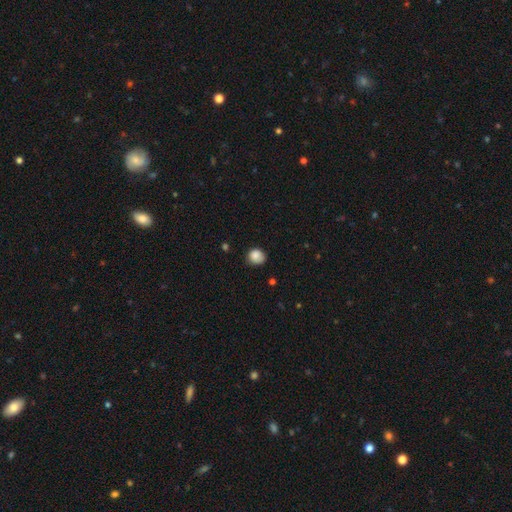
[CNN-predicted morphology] A smooth galaxy with no disk features (84%) that is round (74%).

Vote fractions:
- Smooth or featured? smooth: 84% / star or artifact: 9% / featured or disk: 7%
- How rounded? round: 74% / in between: 25% / cigar-shaped: 1%
- Merging? none: 65% / minor disturbance: 27% / major disturbance: 6% / merger: 2%